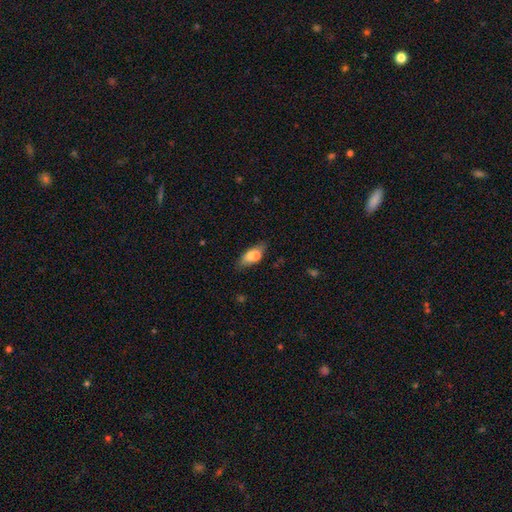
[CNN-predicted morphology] This appears to be a smooth galaxy with no disk features (73%) that is in between round and cigar-shaped (81%). Merging: none (63%).